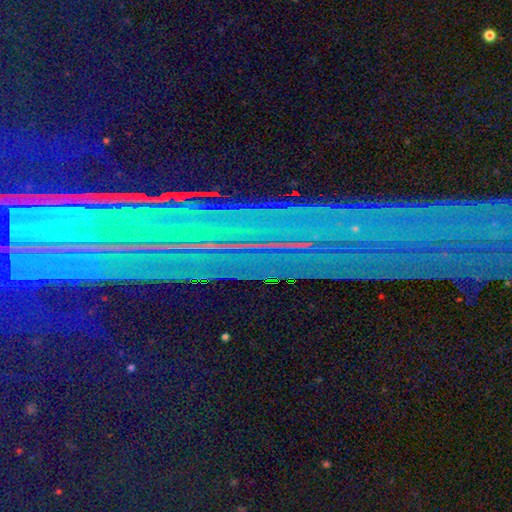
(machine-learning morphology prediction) Overall: star or artifact (82%).